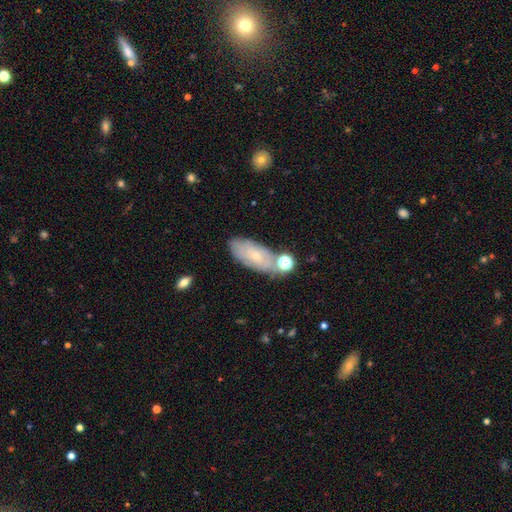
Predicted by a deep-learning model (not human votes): Overall: smooth (56%; featured or disk 36%). How rounded: in between (83%). Merging: none (63%).